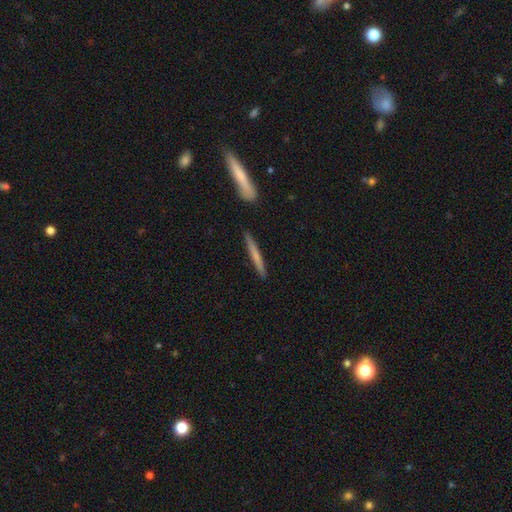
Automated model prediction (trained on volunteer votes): Smooth or featured? smooth (61%)
How rounded? cigar-shaped (96%)
Merging? none (88%)